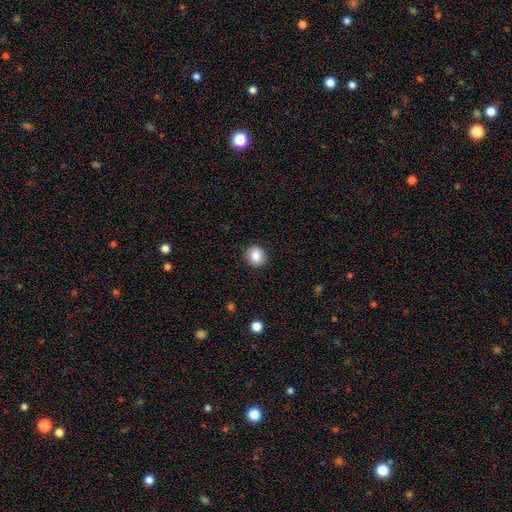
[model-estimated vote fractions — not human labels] smooth_or_featured: smooth (p=0.85) [alt: star or artifact p=0.09]
how_rounded: round (p=0.82) [alt: in between p=0.17]
merging: none (p=0.90) [alt: minor disturbance p=0.07]